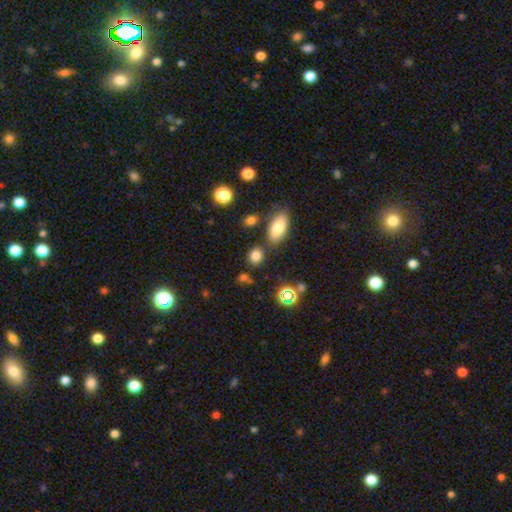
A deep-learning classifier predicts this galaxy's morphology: type=smooth (81%); roundness=round (57%); merging=none (75%).